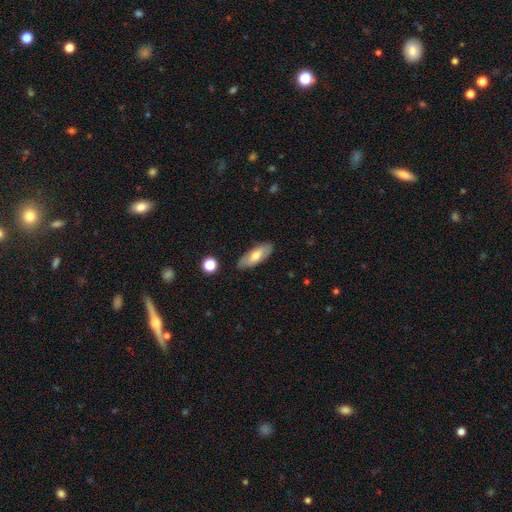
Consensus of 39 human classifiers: Overall: featured or disk (54%; smooth 41%). Edge-on disk: no (71%). Bar: weak (60%; strong 27%). Spiral arms: yes (67%; no 33%). Spiral arm count: 2 (70%; can't tell 30%). Spiral winding: loose (40%; tight 30%). Bulge size: moderate (80%). Merging: none (92%).